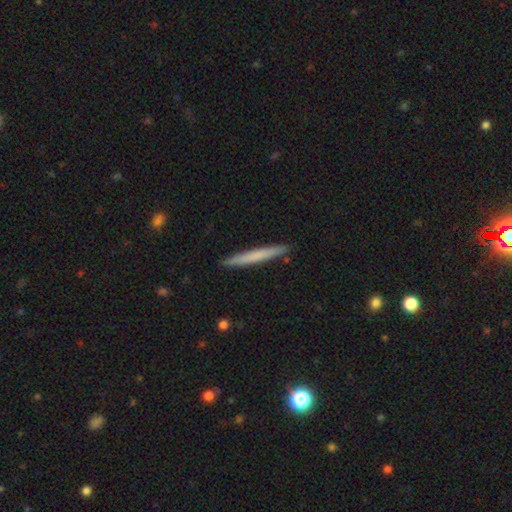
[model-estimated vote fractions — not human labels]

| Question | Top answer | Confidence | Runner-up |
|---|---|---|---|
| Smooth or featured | smooth | 64% | featured or disk (31%) |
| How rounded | cigar-shaped | 97% | in between (2%) |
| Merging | none | 92% | minor disturbance (6%) |